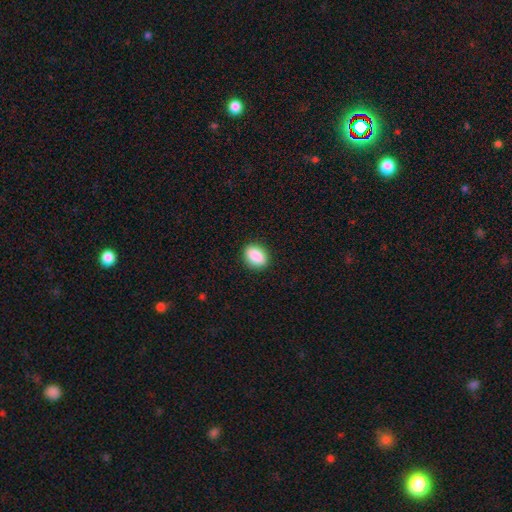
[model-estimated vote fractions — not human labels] smooth-or-featured: smooth: 88% | star or artifact: 8% | featured or disk: 4%
  how-rounded: in between: 74% | round: 24% | cigar-shaped: 2%
  merging: none: 89% | minor disturbance: 8% | major disturbance: 2% | merger: 1%